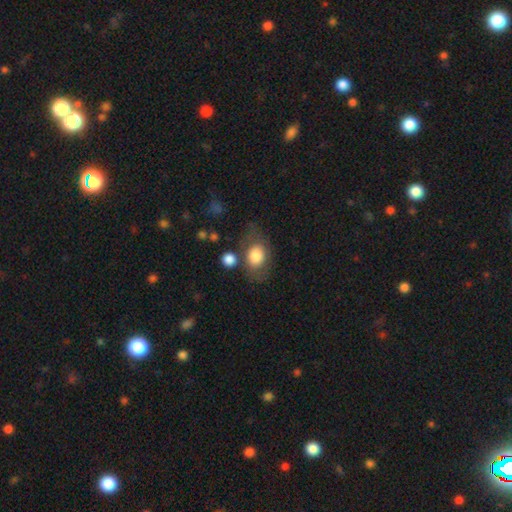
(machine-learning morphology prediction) The model was most divided on "how rounded": in between: 69%, round: 30%, cigar-shaped: 1%. More confident: smooth or featured — smooth (77%); merging — none (61%).